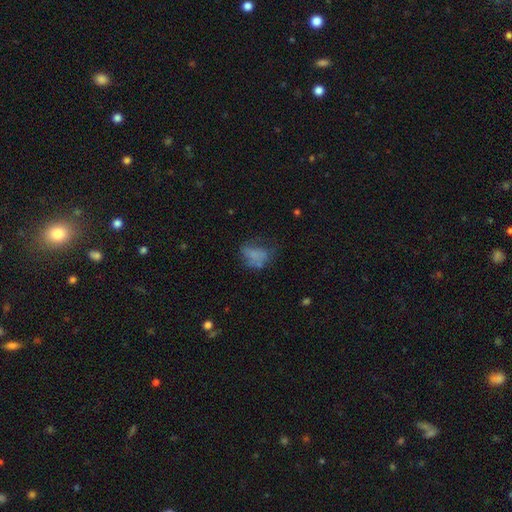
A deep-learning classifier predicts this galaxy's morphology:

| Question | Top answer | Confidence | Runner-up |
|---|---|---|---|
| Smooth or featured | smooth | 59% | featured or disk (28%) |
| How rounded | in between | 71% | round (27%) |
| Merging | none | 36% | major disturbance (31%) |